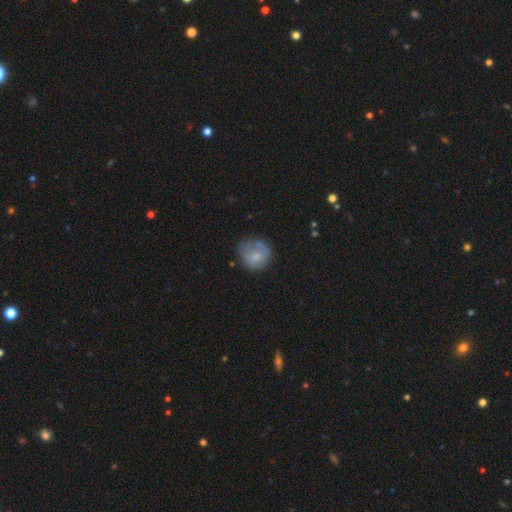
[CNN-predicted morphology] Overall: smooth (67%). How rounded: round (78%). Merging: none (50%; minor disturbance 28%).